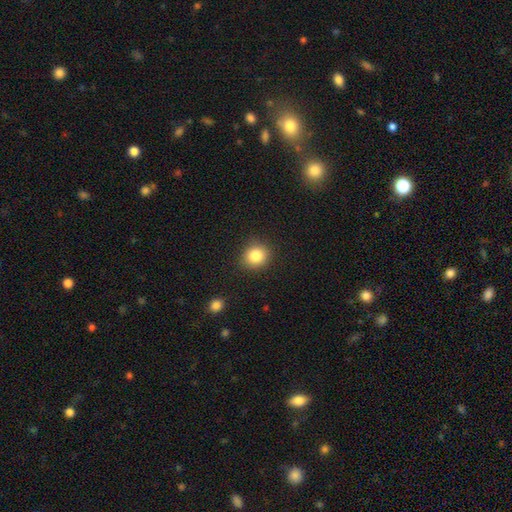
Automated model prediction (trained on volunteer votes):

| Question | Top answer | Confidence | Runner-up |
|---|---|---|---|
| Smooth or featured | smooth | 84% | star or artifact (10%) |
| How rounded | round | 84% | in between (16%) |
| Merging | none | 87% | minor disturbance (9%) |